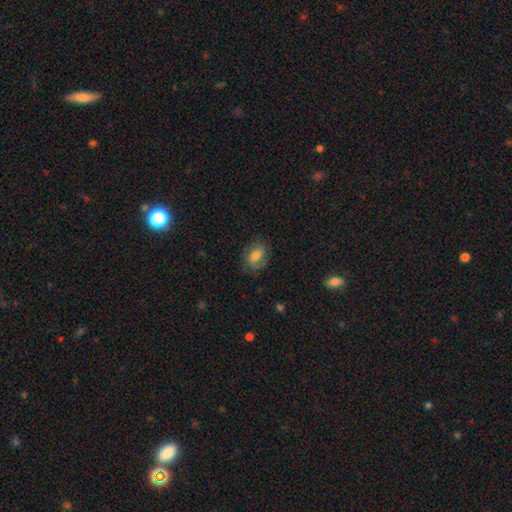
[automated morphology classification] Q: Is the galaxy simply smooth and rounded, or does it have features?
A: smooth — 54%.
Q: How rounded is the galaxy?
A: in between — 72%.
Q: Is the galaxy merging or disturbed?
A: none — 75%.